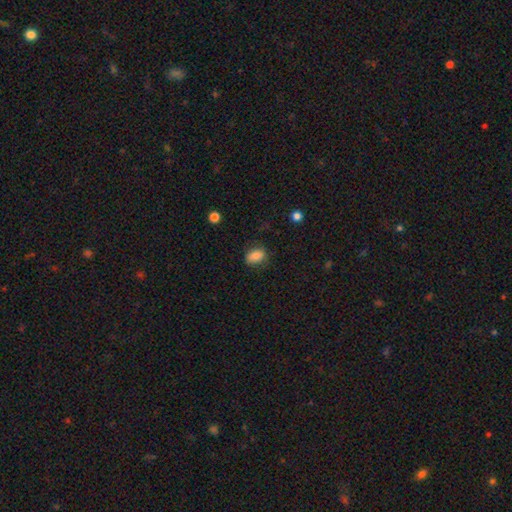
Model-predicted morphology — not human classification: This is clearly a smooth galaxy (81%). How rounded: likely in between (75%). Merging: likely none (78%).